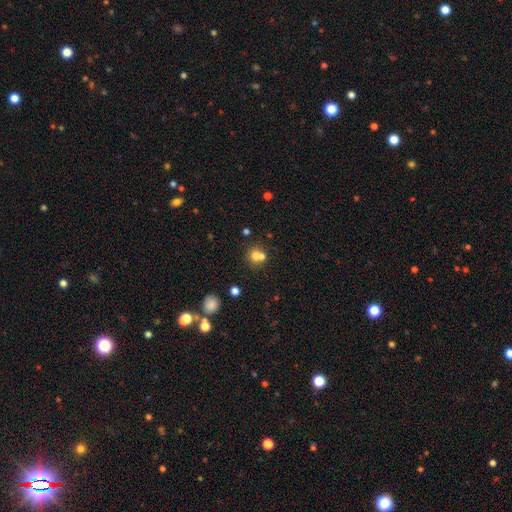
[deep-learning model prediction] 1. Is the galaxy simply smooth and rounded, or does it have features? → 69% smooth, 16% featured or disk, 15% star or artifact.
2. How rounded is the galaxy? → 82% round, 18% in between, 1% cigar-shaped.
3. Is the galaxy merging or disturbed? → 47% merger, 43% none, 7% minor disturbance, 3% major disturbance.